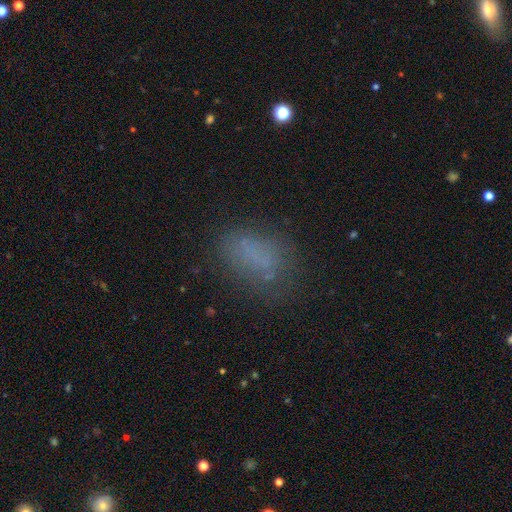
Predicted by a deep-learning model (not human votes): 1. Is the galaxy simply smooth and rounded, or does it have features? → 70% smooth, 17% star or artifact, 13% featured or disk.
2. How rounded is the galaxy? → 84% in between, 11% round, 5% cigar-shaped.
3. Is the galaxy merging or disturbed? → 66% none, 19% minor disturbance, 12% major disturbance, 3% merger.